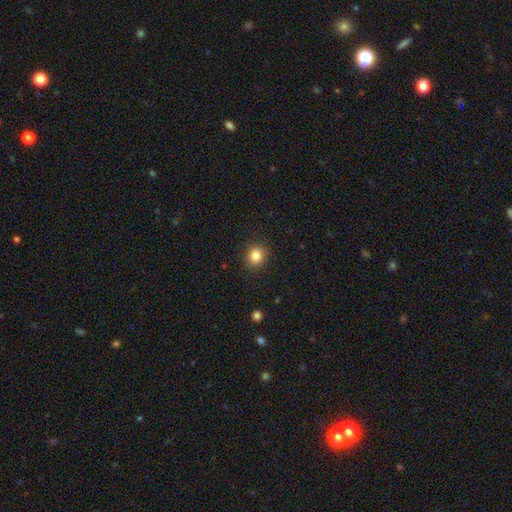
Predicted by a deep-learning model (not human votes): Smooth or featured? Predicted: smooth (p=0.84). How rounded? Predicted: round (p=0.83). Merging? Predicted: none (p=0.90).